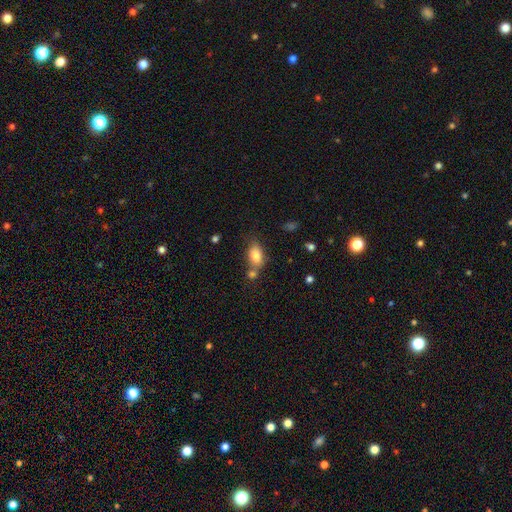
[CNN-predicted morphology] A smooth galaxy with no disk features (81%) that is in between round and cigar-shaped (87%). Merging: none (51%).